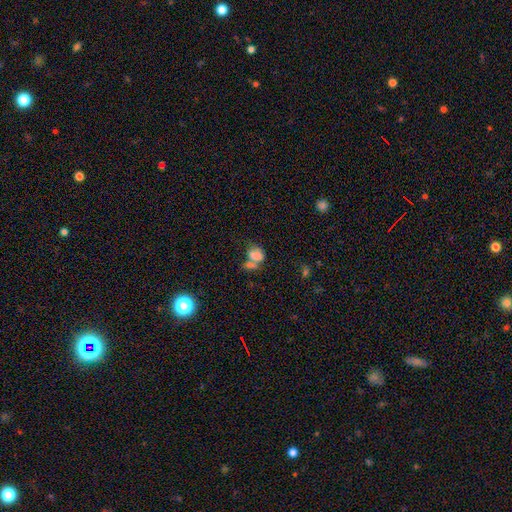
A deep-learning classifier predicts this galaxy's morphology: Smooth or featured: smooth — 72% (featured or disk — 15%)
How rounded: in between — 74% (round — 24%)
Merging: merger — 56% (none — 22%)